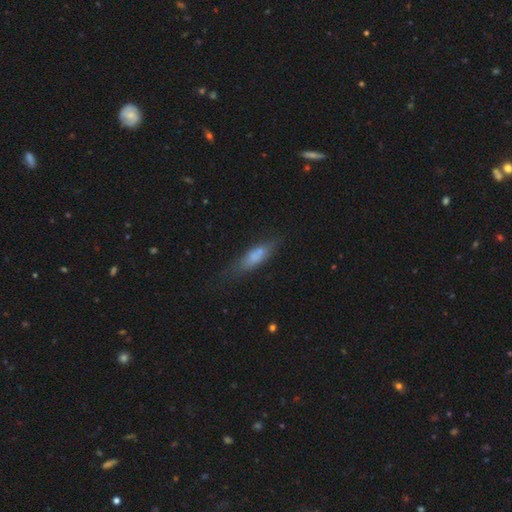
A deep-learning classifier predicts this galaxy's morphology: Smooth or featured? Predicted: smooth (p=0.67). How rounded? Predicted: cigar-shaped (p=0.51). Merging? Predicted: none (p=0.57).